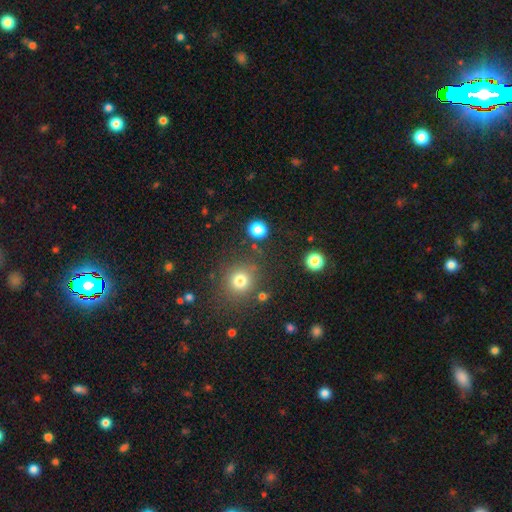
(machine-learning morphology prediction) Smooth or featured?
  - smooth: 58% *
  - star or artifact: 35%
  - featured or disk: 7%
How rounded?
  - round: 87% *
  - in between: 12%
  - cigar-shaped: 1%
Merging?
  - none: 85% *
  - minor disturbance: 8%
  - merger: 4%
  - major disturbance: 3%